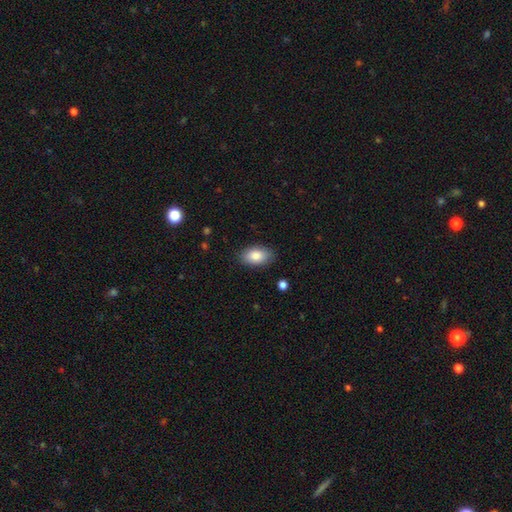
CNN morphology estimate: Smooth or featured: smooth — 84% (featured or disk — 9%)
How rounded: in between — 92% (round — 6%)
Merging: none — 87% (minor disturbance — 10%)